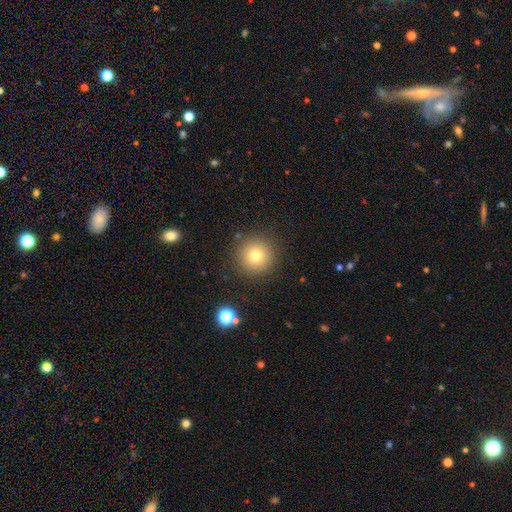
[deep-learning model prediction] Morphology: type=smooth (76%); roundness=round (96%); merging=none (89%).